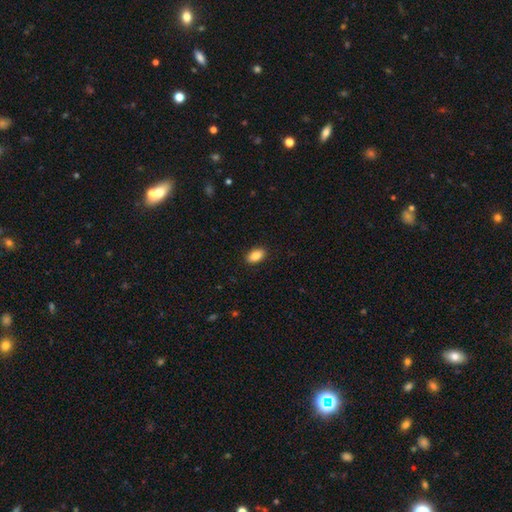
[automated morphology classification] This is clearly a smooth galaxy (89%). How rounded: clearly in between (92%). Merging: clearly none (90%).